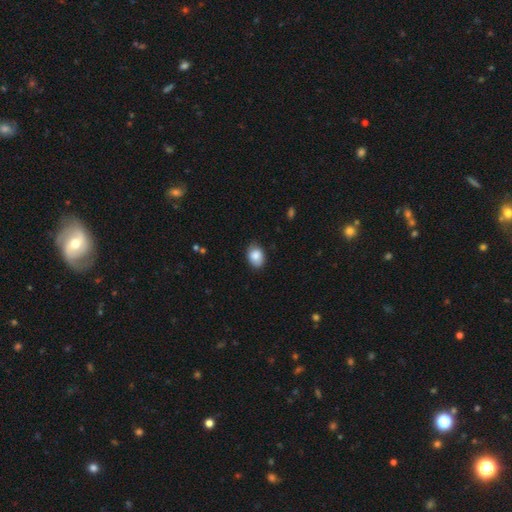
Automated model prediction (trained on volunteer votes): Smooth or featured? smooth (84%)
How rounded? in between (70%)
Merging? none (78%)